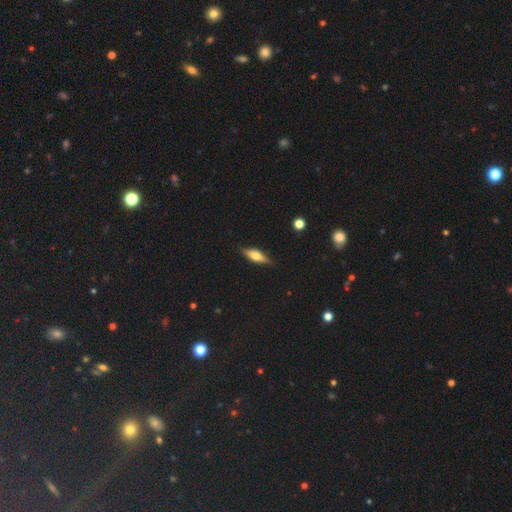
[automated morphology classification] Overall: smooth (48%; featured or disk 44%). Merging: none (84%).